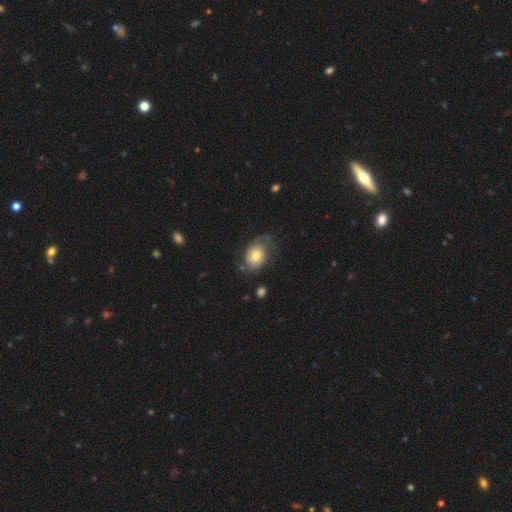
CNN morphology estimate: Smooth or featured: featured or disk — 54% (smooth — 38%)
Edge-on disk: no — 96% (yes — 4%)
Bar: no — 76% (weak — 21%)
Spiral arms: yes — 86% (no — 14%)
Bulge size: moderate — 57% (large — 20%)
Merging: none — 57% (minor disturbance — 24%)